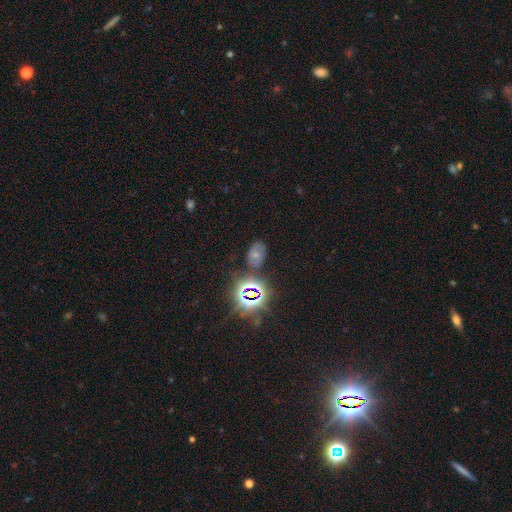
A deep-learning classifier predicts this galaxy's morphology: A smooth galaxy with no disk features (40%). Merging: none (70%).